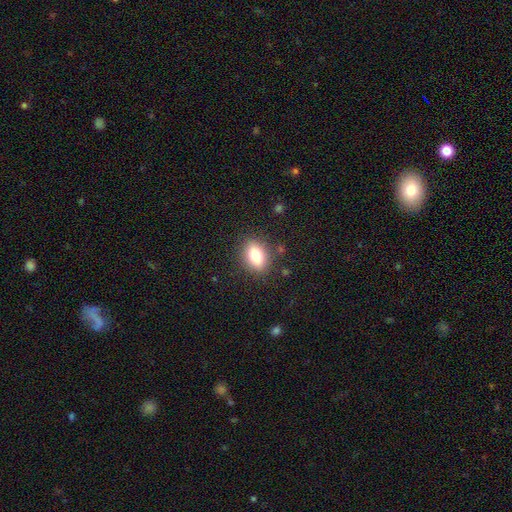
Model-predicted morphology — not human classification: Q: Smooth or featured?
A: smooth (80%); runner-up: featured or disk (11%)
Q: How rounded?
A: in between (81%); runner-up: round (16%)
Q: Merging?
A: none (85%); runner-up: minor disturbance (10%)